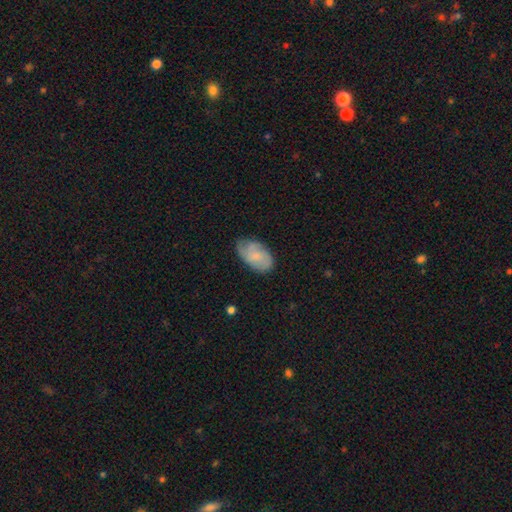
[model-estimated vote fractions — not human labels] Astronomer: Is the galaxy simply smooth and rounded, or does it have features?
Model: smooth — 52% (runner-up: featured or disk, 40%).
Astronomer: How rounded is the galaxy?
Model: in between — 92%.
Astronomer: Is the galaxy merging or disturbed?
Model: none — 67%.